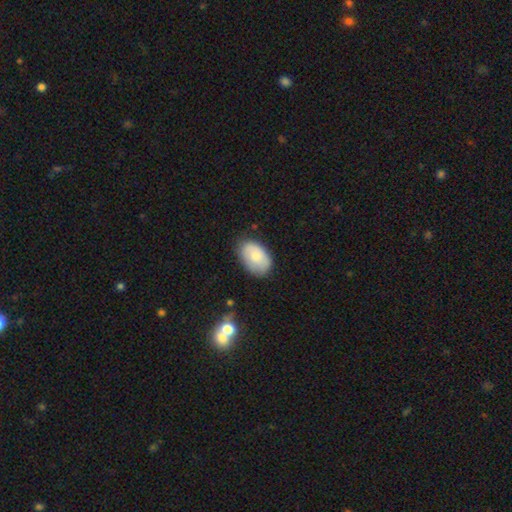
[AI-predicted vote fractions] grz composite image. It shows a smooth galaxy with no disk features (74%) that is in between round and cigar-shaped (89%). Merging: none (74%).